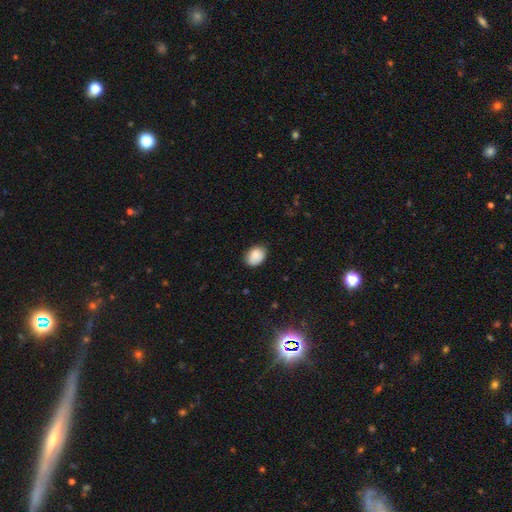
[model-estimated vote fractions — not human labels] This is clearly a smooth galaxy (86%). How rounded: likely in between (73%). Merging: likely none (76%).